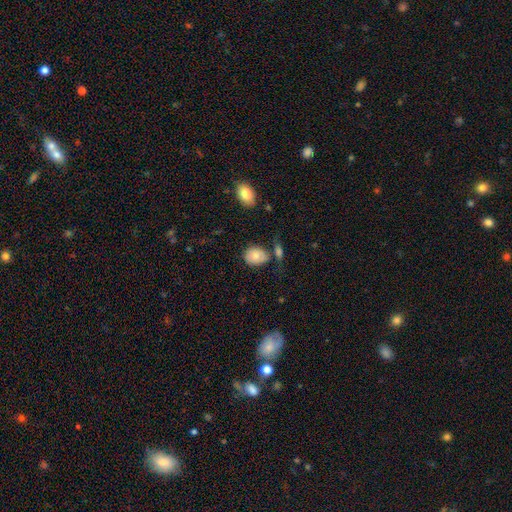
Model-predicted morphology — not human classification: type=smooth (82%); roundness=round (49%, tied with in between); merging=none (56%).